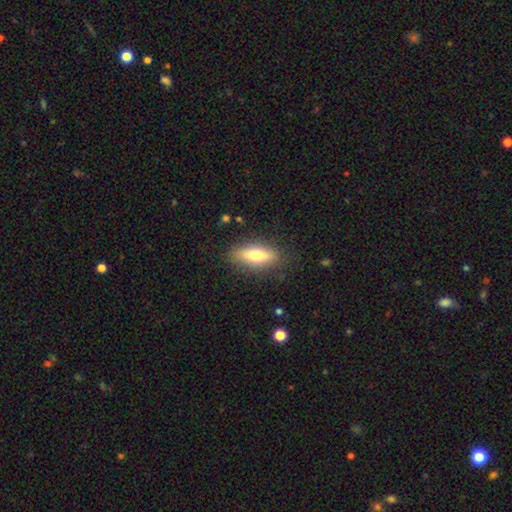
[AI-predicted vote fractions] smooth_or_featured: smooth (p=0.60) [alt: featured or disk p=0.33]
how_rounded: in between (p=0.57) [alt: cigar-shaped p=0.40]
merging: none (p=0.84) [alt: minor disturbance p=0.11]